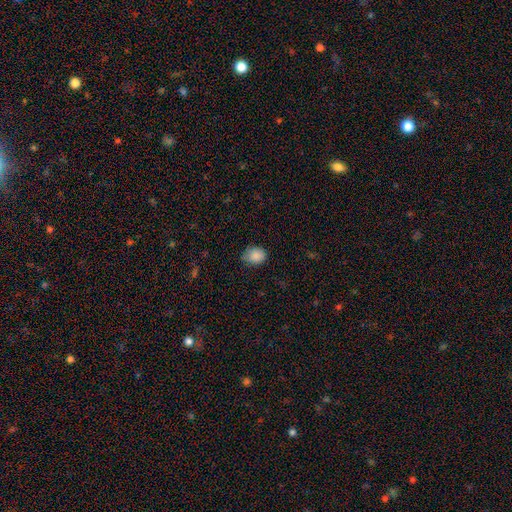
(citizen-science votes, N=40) Volunteers were most divided on "how rounded" (2-way tie): round: 50%, in between: 50%, cigar-shaped: 0%. More confident: smooth or featured — smooth (85%); merging — none (83%).